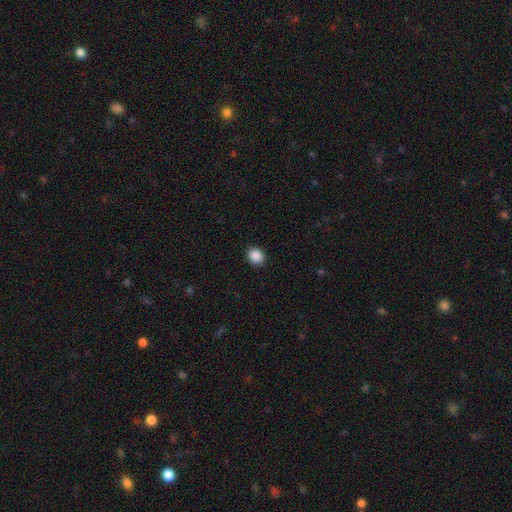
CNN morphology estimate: A smooth galaxy with no disk features (89%) that is round (55%).

Vote fractions:
- Smooth or featured? smooth: 89% / star or artifact: 9% / featured or disk: 2%
- How rounded? round: 55% / in between: 44% / cigar-shaped: 1%
- Merging? none: 91% / minor disturbance: 6% / major disturbance: 2% / merger: 1%